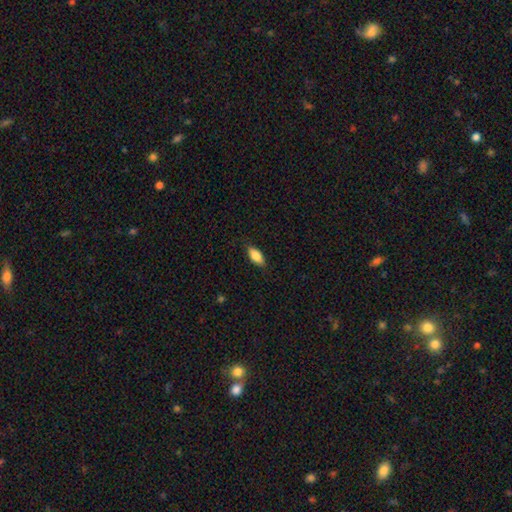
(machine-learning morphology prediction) Smooth or featured: smooth — 85% (featured or disk — 8%)
How rounded: in between — 86% (cigar-shaped — 12%)
Merging: none — 85% (minor disturbance — 12%)